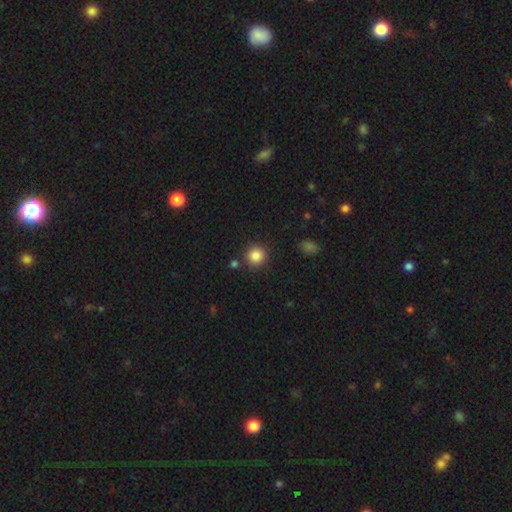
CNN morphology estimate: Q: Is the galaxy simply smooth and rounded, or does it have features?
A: smooth — 86%.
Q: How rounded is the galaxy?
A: round — 93%.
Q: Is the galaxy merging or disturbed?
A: none — 86%.